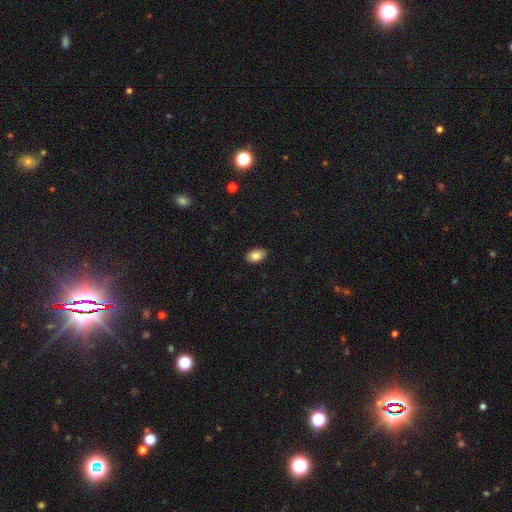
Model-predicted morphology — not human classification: smooth 82%, featured or disk 11%, star or artifact 7%. Down the decision tree: how rounded — in between (91%); merging — none (88%).